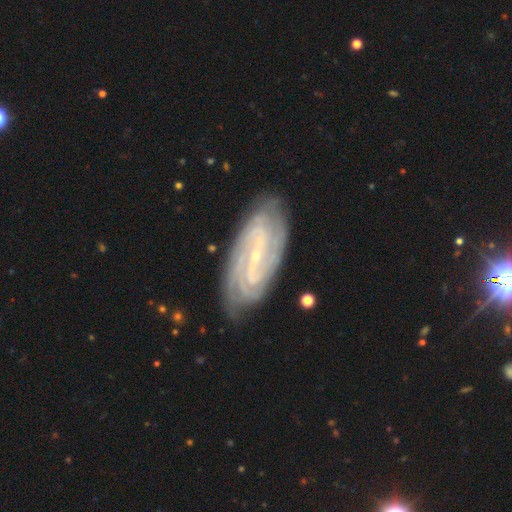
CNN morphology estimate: A featured or disk galaxy (88%) with a strong bar (42%), 2 (38%) tight (57%) spiral arms (97%) and a small central bulge (84%). Merging: none (81%).